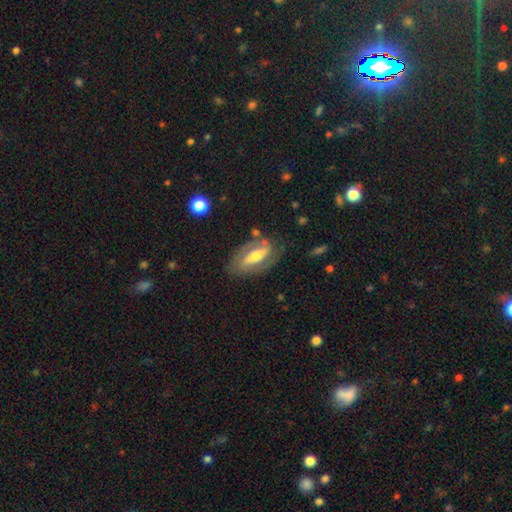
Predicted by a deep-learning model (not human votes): Smooth or featured?
  - featured or disk: 72% *
  - smooth: 22%
  - star or artifact: 6%
Edge-on disk?
  - no: 87% *
  - yes: 13%
Bar?
  - strong: 52% *
  - weak: 29%
  - no: 18%
Spiral arms?
  - yes: 80% *
  - no: 20%
Bulge size?
  - moderate: 61% *
  - small: 27%
  - large: 9%
  - none: 2%
  - dominant: 1%
Merging?
  - none: 73% *
  - minor disturbance: 17%
  - major disturbance: 8%
  - merger: 3%